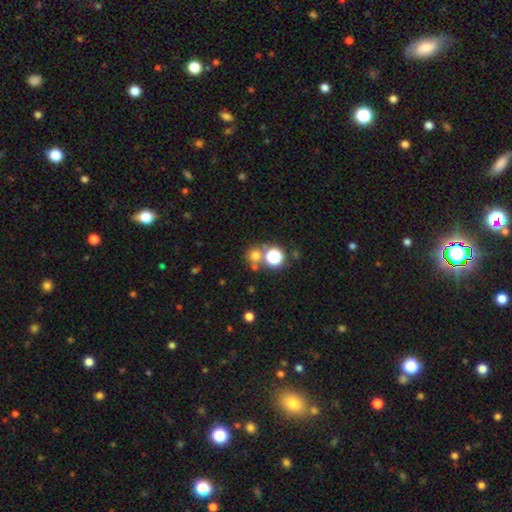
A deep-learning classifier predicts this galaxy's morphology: The model was most divided on "smooth or featured": smooth: 67%, star or artifact: 25%, featured or disk: 8%. More confident: how rounded — round (91%); merging — none (66%).